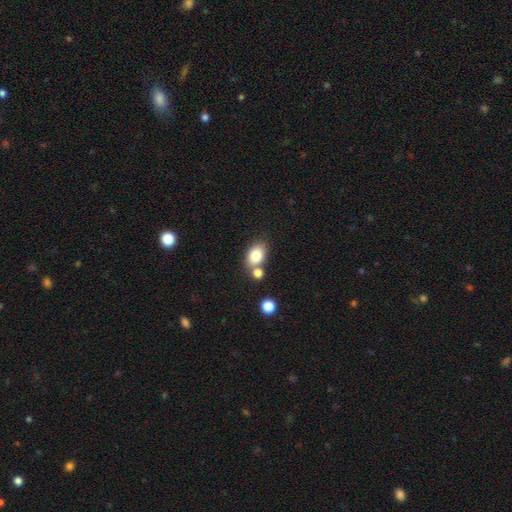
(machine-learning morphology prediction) Q: Smooth or featured?
A: smooth (81%); runner-up: featured or disk (10%)
Q: How rounded?
A: in between (76%); runner-up: round (23%)
Q: Merging?
A: none (59%); runner-up: merger (26%)